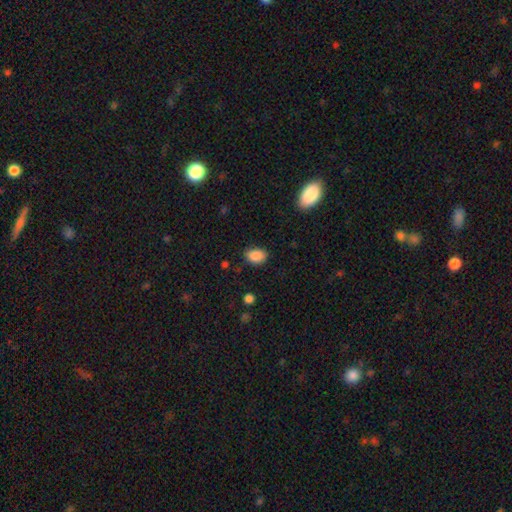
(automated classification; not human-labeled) A smooth galaxy with no disk features (87%) that is in between round and cigar-shaped (78%).

Vote fractions:
- Smooth or featured? smooth: 87% / star or artifact: 8% / featured or disk: 4%
- How rounded? in between: 78% / round: 21% / cigar-shaped: 1%
- Merging? none: 78% / minor disturbance: 18% / major disturbance: 4% / merger: 1%